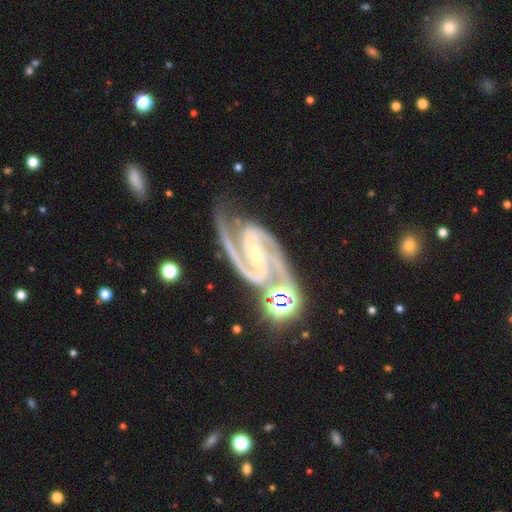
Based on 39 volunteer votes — Smooth or featured? featured or disk (92%)
Edge-on disk? no (97%)
Bar? strong (46%)
Spiral arms? yes (97%)
Spiral winding? medium (56%)
Spiral arm count? 2 (76%)
Bulge size? small (71%)
Merging? none (56%)